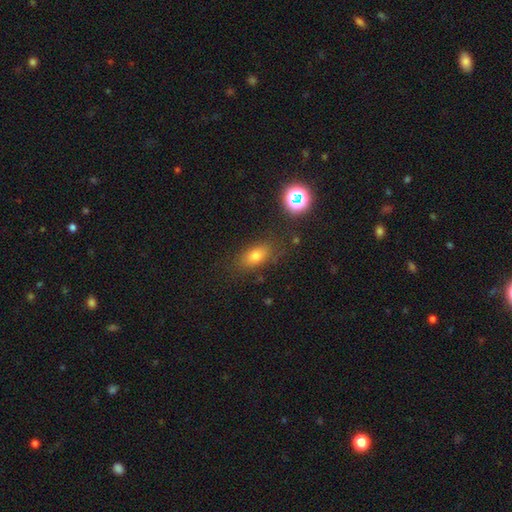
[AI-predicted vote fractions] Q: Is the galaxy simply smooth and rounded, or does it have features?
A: smooth — 72%.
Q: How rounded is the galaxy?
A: in between — 78%.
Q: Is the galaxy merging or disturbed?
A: none — 77%.